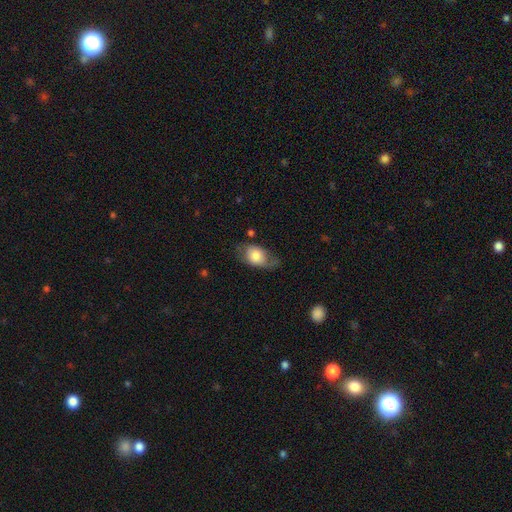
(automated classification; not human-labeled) This is likely a smooth galaxy (70%). How rounded: clearly in between (81%). Merging: possibly none (51%).